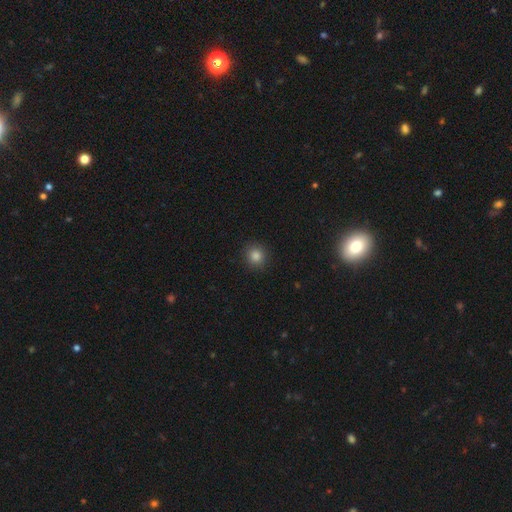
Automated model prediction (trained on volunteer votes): This is clearly a smooth galaxy (84%). How rounded: clearly round (89%). Merging: clearly none (91%).